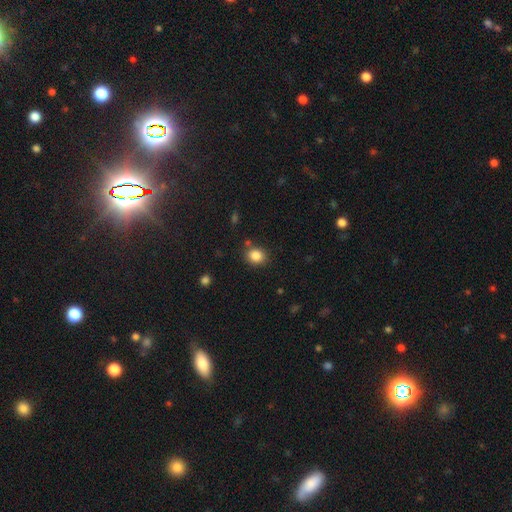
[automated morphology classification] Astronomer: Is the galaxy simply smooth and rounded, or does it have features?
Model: smooth — 85%.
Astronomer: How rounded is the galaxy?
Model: round — 66%.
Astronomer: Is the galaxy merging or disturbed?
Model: none — 82%.